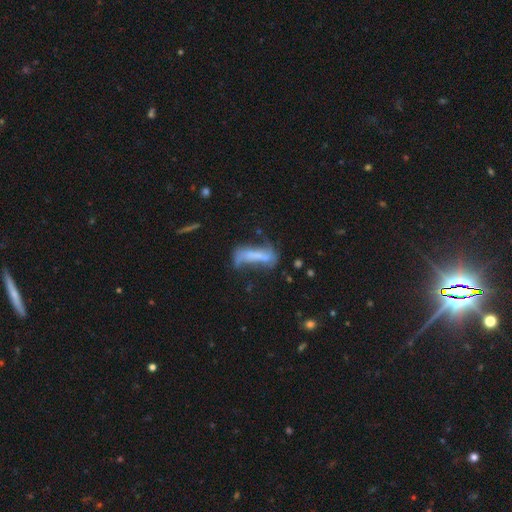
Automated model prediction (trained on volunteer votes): This appears to be a featured or disk galaxy (48%). Merging: none (32%, tied with major disturbance).